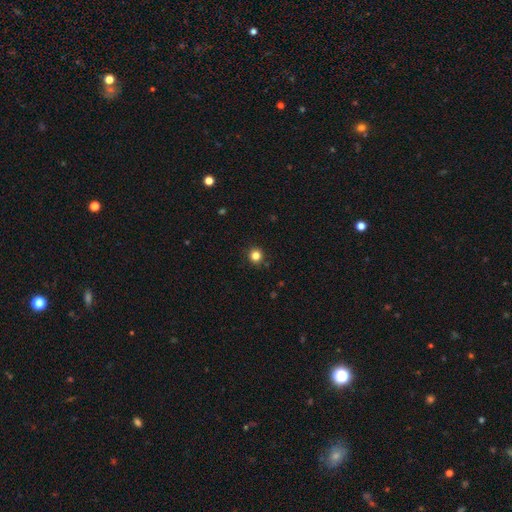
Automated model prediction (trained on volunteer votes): Morphology: type=smooth (83%); roundness=round (94%); merging=none (91%).